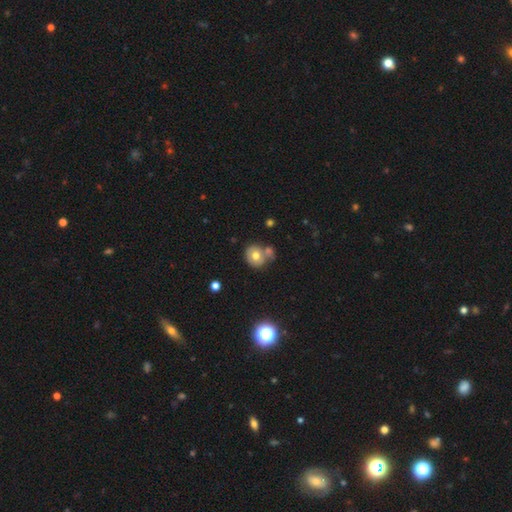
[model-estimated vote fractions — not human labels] smooth-or-featured: smooth: 69% | featured or disk: 20% | star or artifact: 11%
  how-rounded: round: 77% | in between: 22% | cigar-shaped: 1%
  merging: none: 52% | merger: 31% | minor disturbance: 13% | major disturbance: 4%